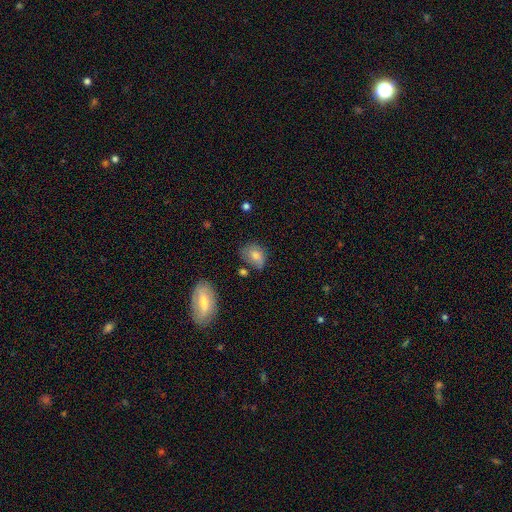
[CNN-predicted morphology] smooth 71%, featured or disk 20%, star or artifact 9%. Down the decision tree: how rounded — in between (73%); merging — none (54%).